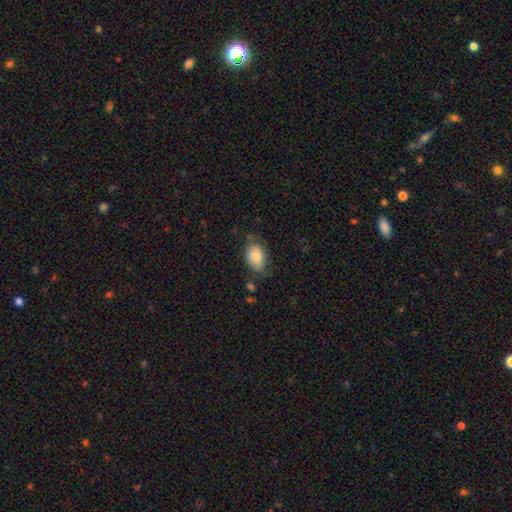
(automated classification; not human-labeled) Smooth or featured? Predicted: smooth (p=0.79). How rounded? Predicted: in between (p=0.88). Merging? Predicted: none (p=0.64).